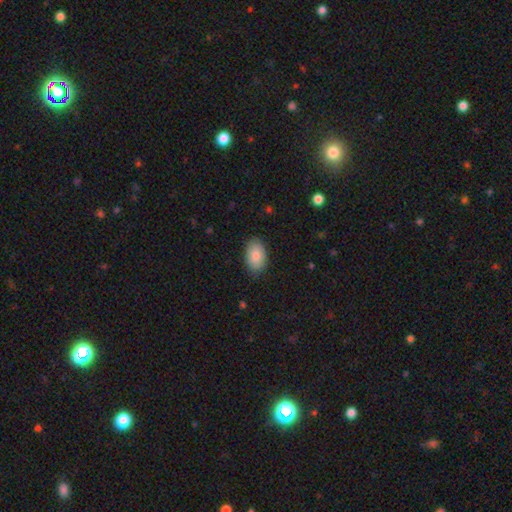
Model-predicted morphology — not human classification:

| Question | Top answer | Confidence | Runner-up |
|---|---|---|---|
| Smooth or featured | smooth | 85% | featured or disk (8%) |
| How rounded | in between | 91% | round (8%) |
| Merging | none | 86% | minor disturbance (10%) |